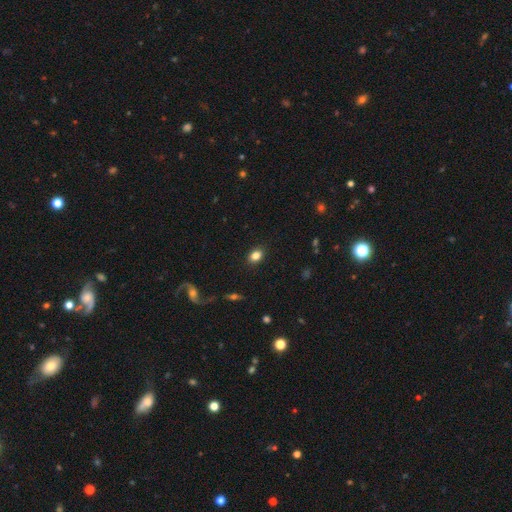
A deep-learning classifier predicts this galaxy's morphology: A smooth galaxy with no disk features (82%) that is in between round and cigar-shaped (69%).

Vote fractions:
- Smooth or featured? smooth: 82% / star or artifact: 9% / featured or disk: 8%
- How rounded? in between: 69% / round: 30% / cigar-shaped: 1%
- Merging? none: 88% / minor disturbance: 8% / major disturbance: 3% / merger: 1%